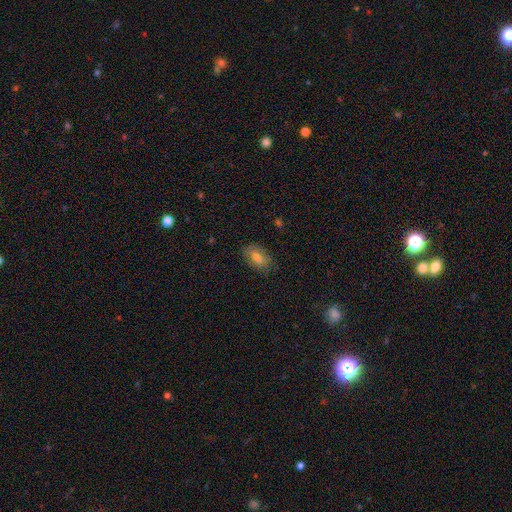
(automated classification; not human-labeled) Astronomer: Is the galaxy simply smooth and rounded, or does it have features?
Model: smooth — 68%.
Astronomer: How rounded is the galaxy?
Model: in between — 86%.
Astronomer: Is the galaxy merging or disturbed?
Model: none — 79%.